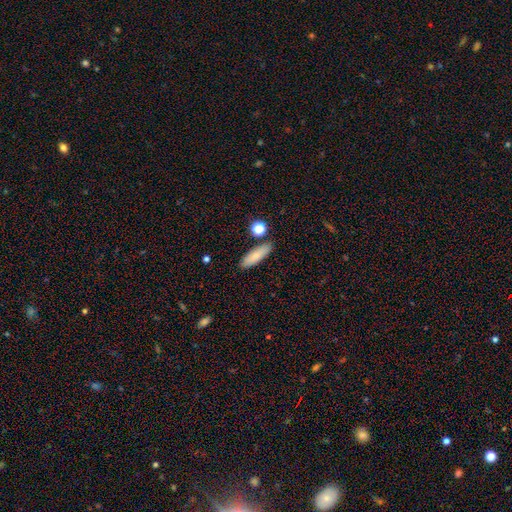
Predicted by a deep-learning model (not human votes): smooth_or_featured: smooth (p=0.80) [alt: featured or disk p=0.12]
how_rounded: in between (p=0.50) [alt: cigar-shaped p=0.48]
merging: none (p=0.84) [alt: minor disturbance p=0.10]